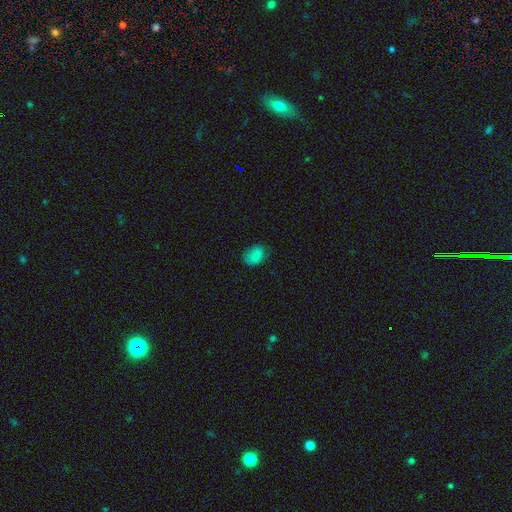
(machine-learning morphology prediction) The model was most divided on "how rounded": in between: 74%, round: 25%, cigar-shaped: 1%. More confident: smooth or featured — smooth (84%); merging — none (73%).